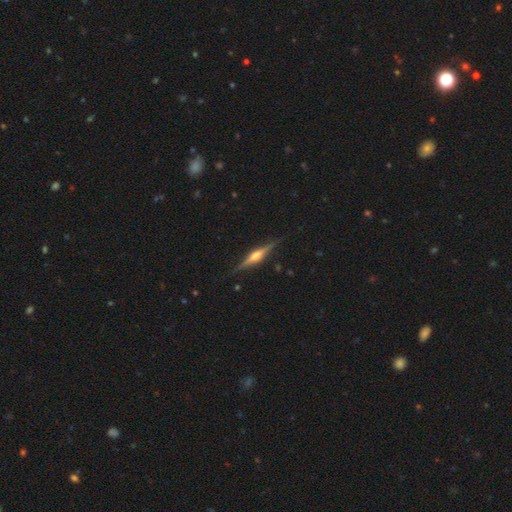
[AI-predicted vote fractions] The model was most divided on "smooth or featured": featured or disk: 80%, smooth: 14%, star or artifact: 6%. More confident: edge-on disk — yes (98%); merging — none (88%); edge-on bulge — rounded (86%).